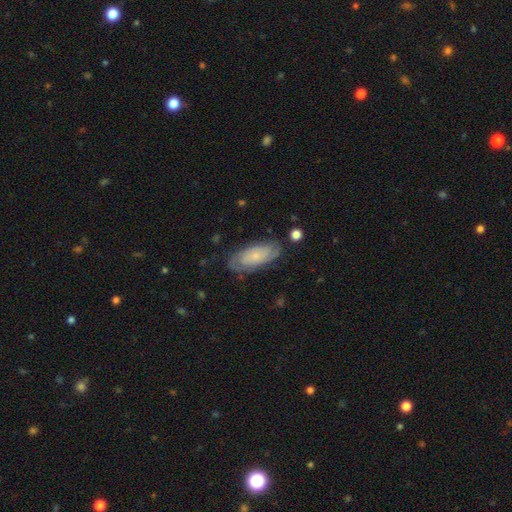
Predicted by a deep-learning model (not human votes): The model was most divided on "smooth or featured": featured or disk: 61%, smooth: 32%, star or artifact: 7%. More confident: edge-on disk — no (92%); spiral arms — yes (89%); bar — no (76%); merging — none (73%); bulge size — small (72%).